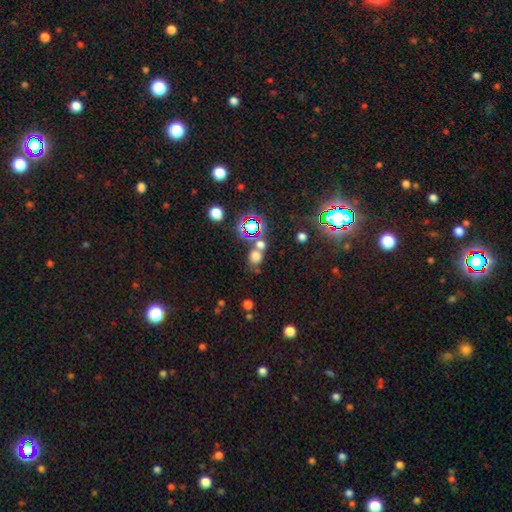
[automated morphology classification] smooth 63%, star or artifact 28%, featured or disk 9%. Down the decision tree: how rounded — round (70%); merging — none (54%).